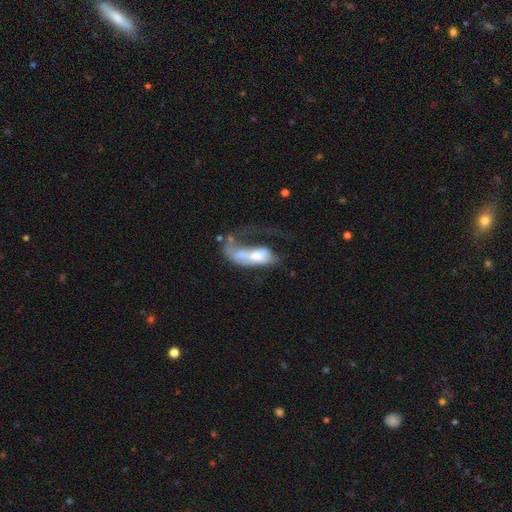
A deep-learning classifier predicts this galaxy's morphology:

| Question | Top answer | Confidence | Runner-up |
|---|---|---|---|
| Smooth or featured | featured or disk | 49% | smooth (43%) |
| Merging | major disturbance | 60% | merger (16%) |